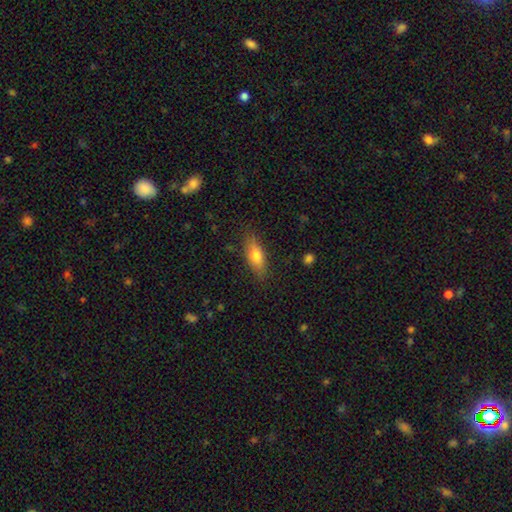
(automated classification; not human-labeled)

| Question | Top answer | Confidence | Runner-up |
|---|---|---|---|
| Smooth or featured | smooth | 69% | featured or disk (24%) |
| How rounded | in between | 64% | cigar-shaped (33%) |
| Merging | none | 83% | minor disturbance (13%) |